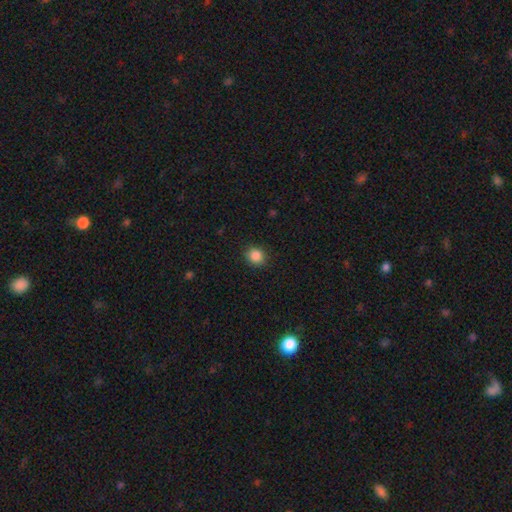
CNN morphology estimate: A smooth galaxy with no disk features (86%) that is round (82%). Merging: none (89%).